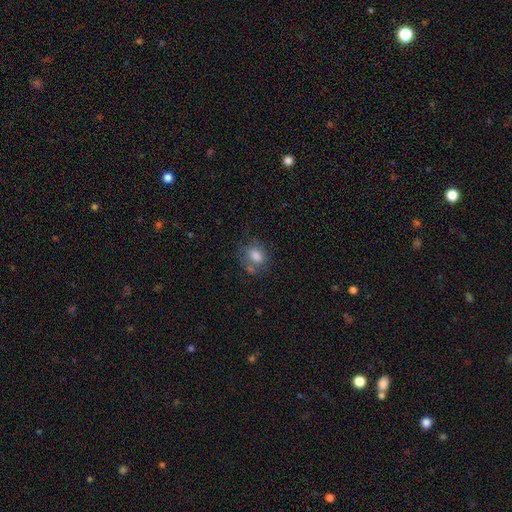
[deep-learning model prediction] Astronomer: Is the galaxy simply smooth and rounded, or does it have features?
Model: smooth — 69%.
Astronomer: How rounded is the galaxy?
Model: in between — 61% (runner-up: round, 37%).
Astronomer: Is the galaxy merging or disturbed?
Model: none — 53%.